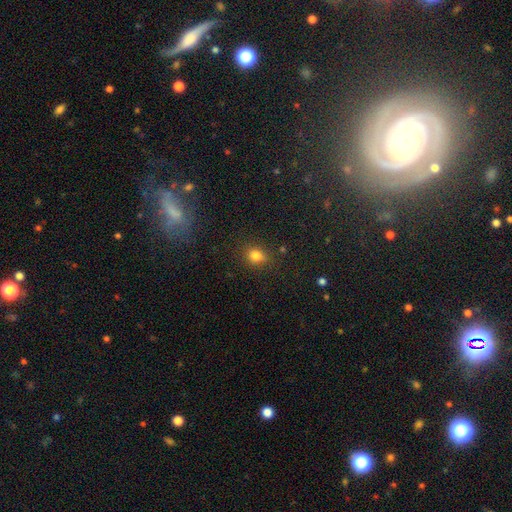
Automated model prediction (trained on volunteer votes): Smooth or featured? Predicted: smooth (p=0.81). How rounded? Predicted: round (p=0.56). Merging? Predicted: none (p=0.80).